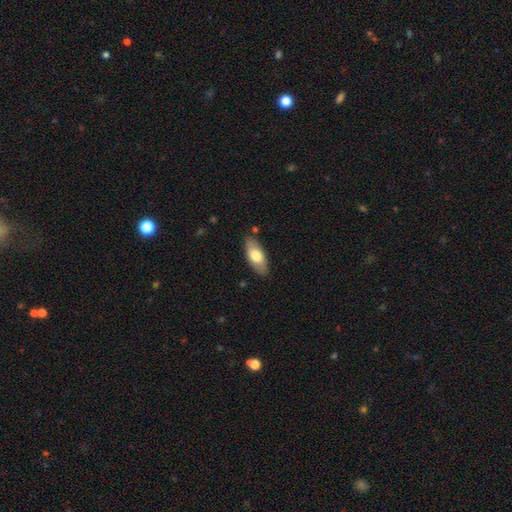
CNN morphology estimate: This appears to be a smooth galaxy with no disk features (71%) that is in between round and cigar-shaped (86%). Merging: none (83%).